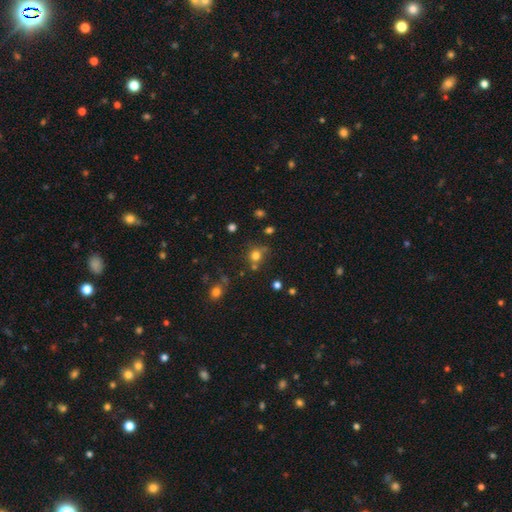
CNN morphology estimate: Smooth or featured?
  - smooth: 74% *
  - star or artifact: 17%
  - featured or disk: 8%
How rounded?
  - round: 84% *
  - in between: 15%
  - cigar-shaped: 1%
Merging?
  - none: 63% *
  - merger: 17%
  - minor disturbance: 14%
  - major disturbance: 6%